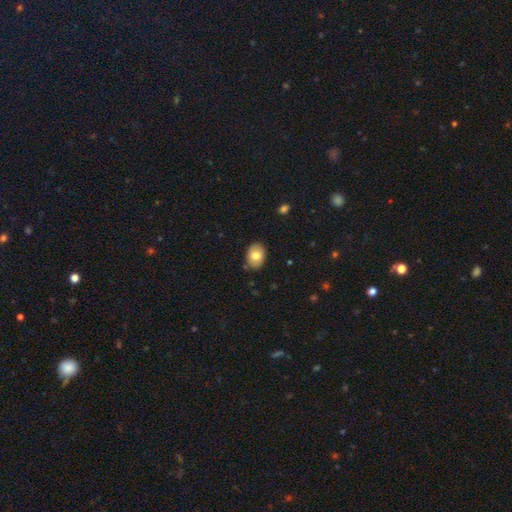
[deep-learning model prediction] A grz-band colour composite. It shows a smooth galaxy with no disk features (78%) that is in between round and cigar-shaped (75%). Merging: none (85%).